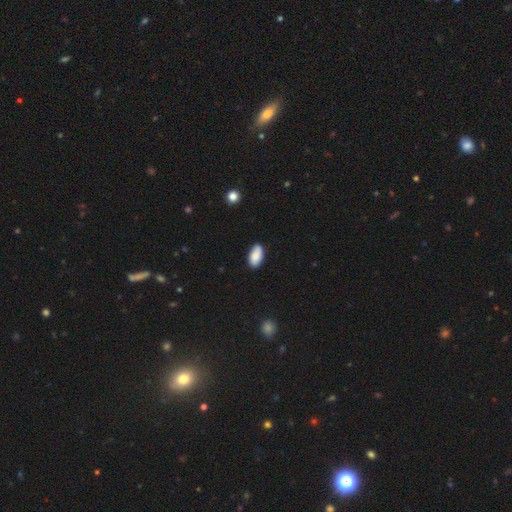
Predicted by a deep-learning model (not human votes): Morphology: type=smooth (85%); roundness=in between (94%); merging=none (83%).